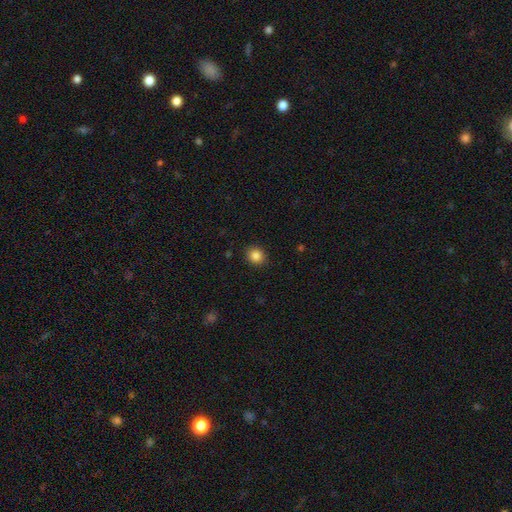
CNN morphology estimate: A smooth galaxy with no disk features (85%) that is round (78%).

Vote fractions:
- Smooth or featured? smooth: 85% / star or artifact: 10% / featured or disk: 5%
- How rounded? round: 78% / in between: 21% / cigar-shaped: 1%
- Merging? none: 90% / minor disturbance: 7% / major disturbance: 2% / merger: 1%